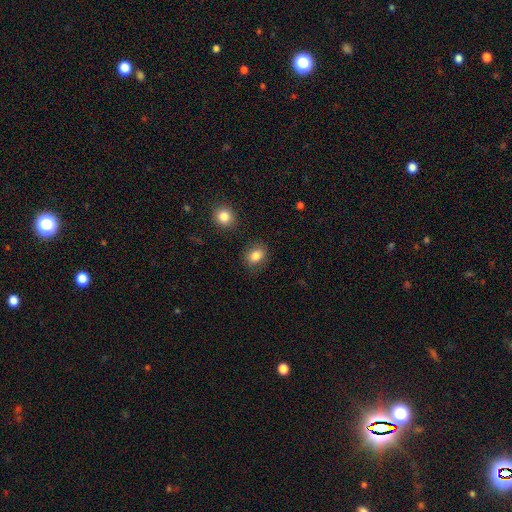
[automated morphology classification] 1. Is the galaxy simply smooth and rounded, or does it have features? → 84% smooth, 9% star or artifact, 6% featured or disk.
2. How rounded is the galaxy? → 62% in between, 37% round, 1% cigar-shaped.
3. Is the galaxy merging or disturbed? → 83% none, 11% minor disturbance, 3% major disturbance, 3% merger.